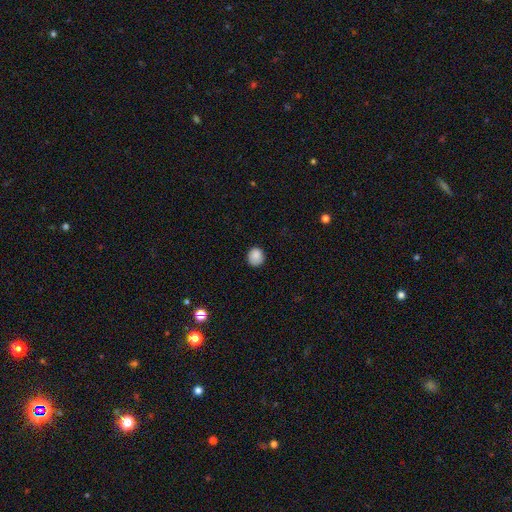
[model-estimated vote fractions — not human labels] Smooth or featured?
  - smooth: 86% *
  - star or artifact: 9%
  - featured or disk: 4%
How rounded?
  - round: 85% *
  - in between: 14%
  - cigar-shaped: 1%
Merging?
  - none: 83% *
  - minor disturbance: 13%
  - major disturbance: 3%
  - merger: 1%